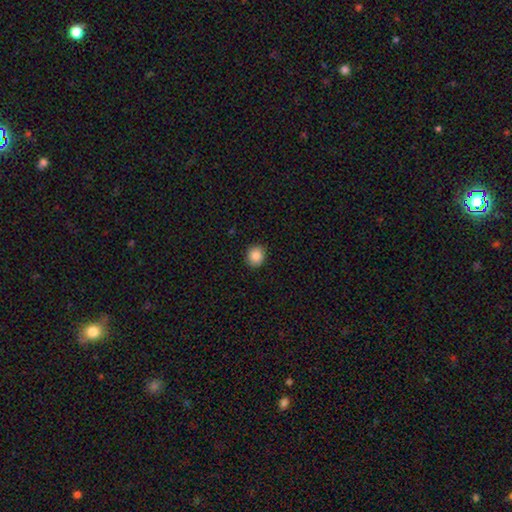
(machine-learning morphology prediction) A smooth galaxy with no disk features (86%) that is round (76%). Merging: none (91%).